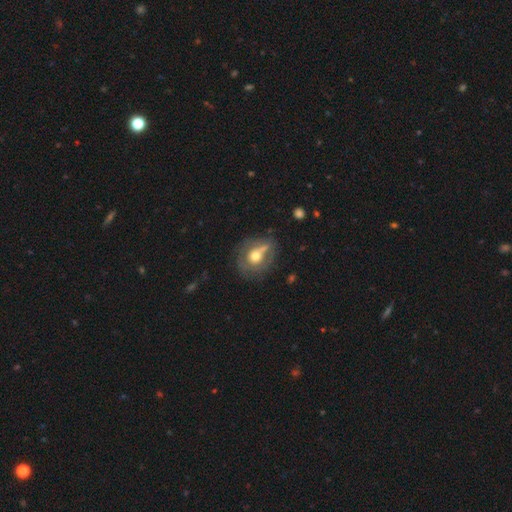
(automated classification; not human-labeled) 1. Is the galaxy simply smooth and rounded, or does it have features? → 46% smooth, 45% featured or disk, 8% star or artifact.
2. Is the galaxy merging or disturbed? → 53% none, 25% minor disturbance, 14% major disturbance, 7% merger.